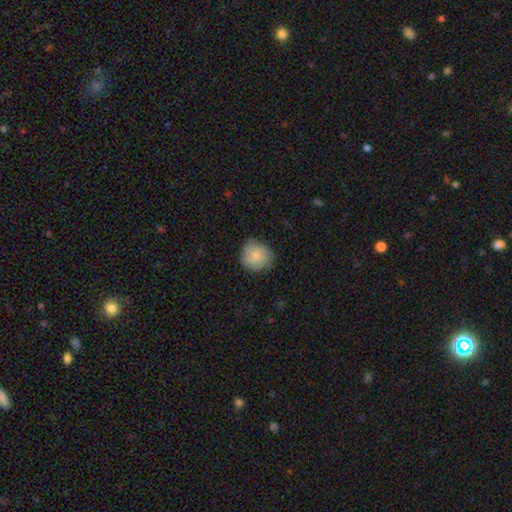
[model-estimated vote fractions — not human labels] Smooth or featured? Predicted: smooth (p=0.80). How rounded? Predicted: round (p=0.90). Merging? Predicted: none (p=0.76).